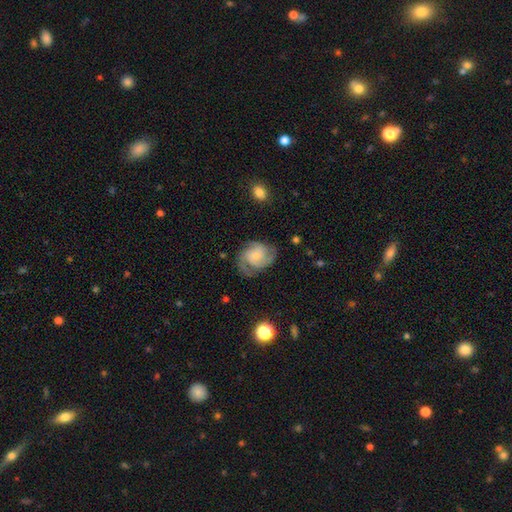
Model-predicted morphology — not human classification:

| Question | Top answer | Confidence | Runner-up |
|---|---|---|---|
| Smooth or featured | featured or disk | 81% | smooth (13%) |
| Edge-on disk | no | 98% | yes (2%) |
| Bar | no | 69% | weak (27%) |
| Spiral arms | yes | 97% | no (3%) |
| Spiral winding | tight | 45% | tied: medium (45%) |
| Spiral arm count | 3 | 50% | 2 (23%) |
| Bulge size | small | 60% | moderate (24%) |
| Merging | none | 71% | minor disturbance (18%) |